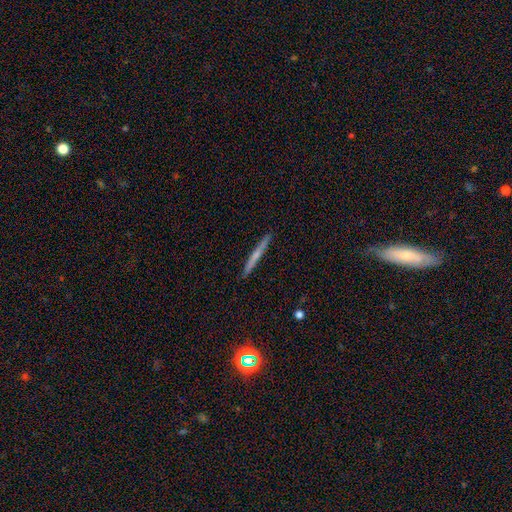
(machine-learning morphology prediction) Smooth or featured? Predicted: featured or disk (p=0.47). Merging? Predicted: none (p=0.90).